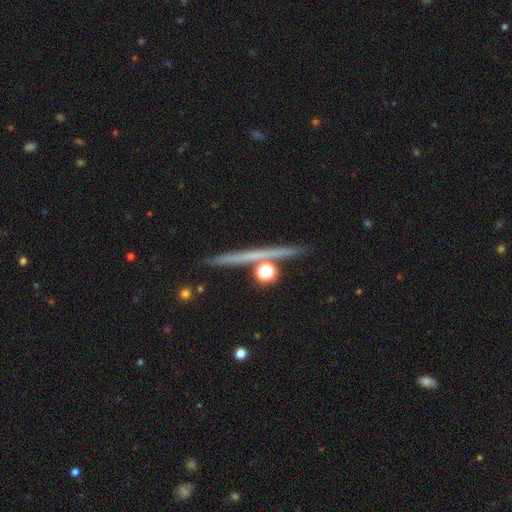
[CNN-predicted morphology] Smooth or featured: featured or disk — 63% (smooth — 26%)
Edge-on disk: yes — 96% (no — 4%)
Edge-on bulge: none — 65% (rounded — 29%)
Merging: none — 85% (minor disturbance — 7%)